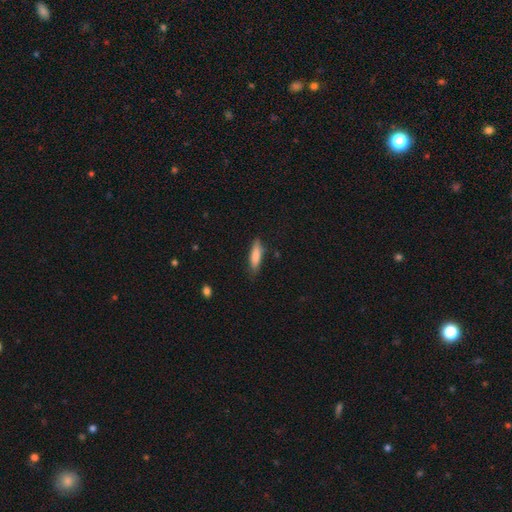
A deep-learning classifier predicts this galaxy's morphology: smooth_or_featured: smooth (p=0.79) [alt: featured or disk p=0.15]
how_rounded: cigar-shaped (p=0.69) [alt: in between p=0.29]
merging: none (p=0.81) [alt: minor disturbance p=0.15]